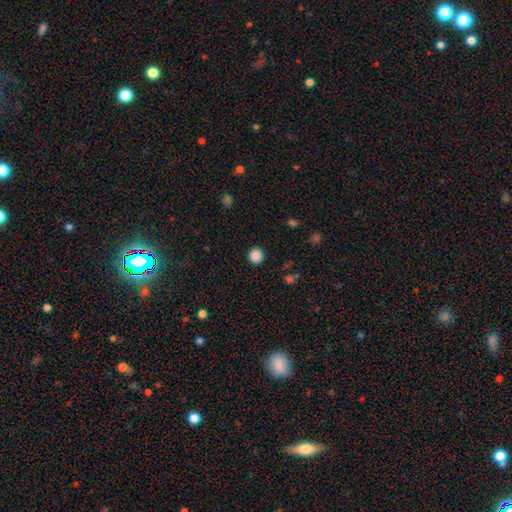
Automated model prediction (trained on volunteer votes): Overall: smooth (87%). How rounded: round (90%). Merging: none (91%).